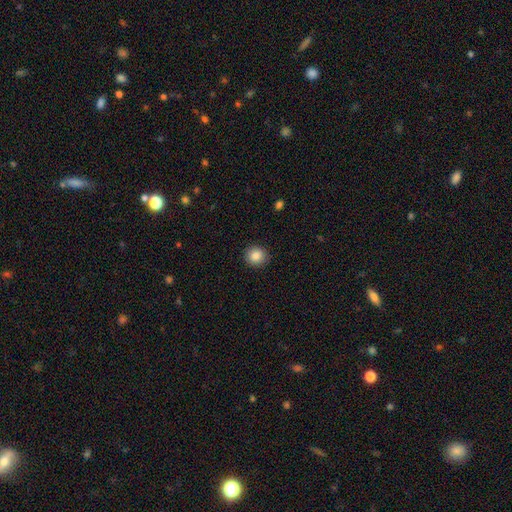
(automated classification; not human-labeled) Smooth or featured?
  - smooth: 86% *
  - star or artifact: 9%
  - featured or disk: 5%
How rounded?
  - round: 88% *
  - in between: 11%
  - cigar-shaped: 1%
Merging?
  - none: 91% *
  - minor disturbance: 6%
  - major disturbance: 2%
  - merger: 1%